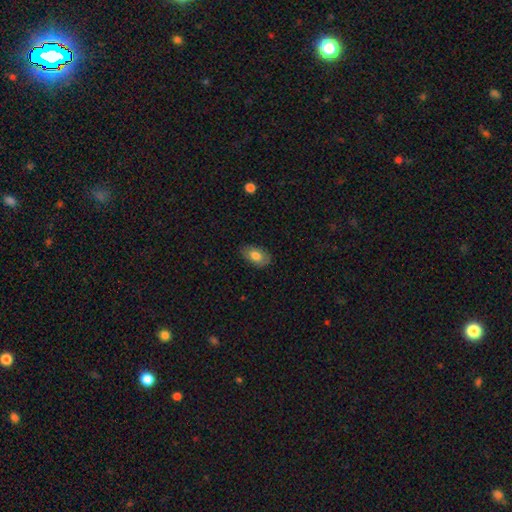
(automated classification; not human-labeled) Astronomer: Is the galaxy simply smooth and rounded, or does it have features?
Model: smooth — 78%.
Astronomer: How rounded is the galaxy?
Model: in between — 91%.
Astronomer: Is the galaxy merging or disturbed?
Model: none — 80%.